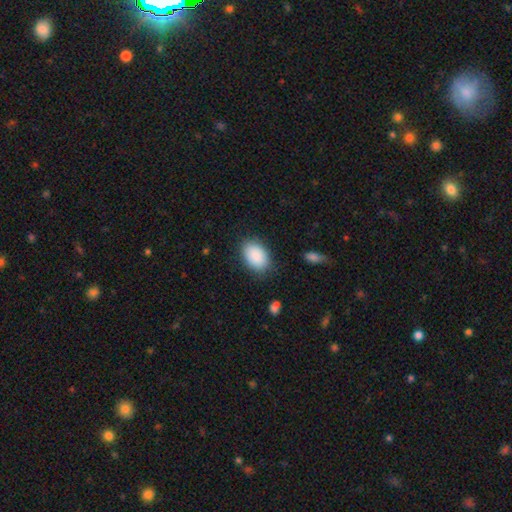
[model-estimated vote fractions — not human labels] Smooth or featured: smooth — 89% (star or artifact — 6%)
How rounded: in between — 84% (round — 15%)
Merging: none — 84% (minor disturbance — 11%)